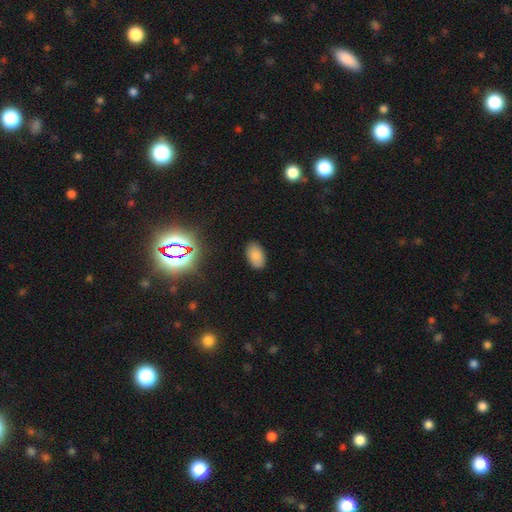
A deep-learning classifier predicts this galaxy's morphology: smooth-or-featured: smooth: 80% | star or artifact: 13% | featured or disk: 7%
  how-rounded: in between: 93% | round: 6% | cigar-shaped: 1%
  merging: none: 87% | minor disturbance: 9% | major disturbance: 2% | merger: 1%